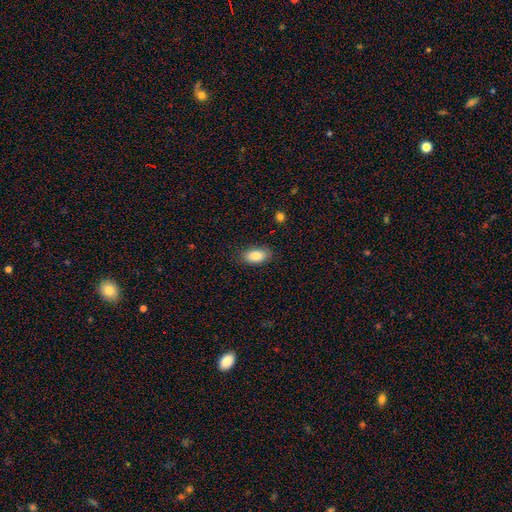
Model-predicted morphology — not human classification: A smooth galaxy with no disk features (86%) that is in between round and cigar-shaped (91%). Merging: none (85%).